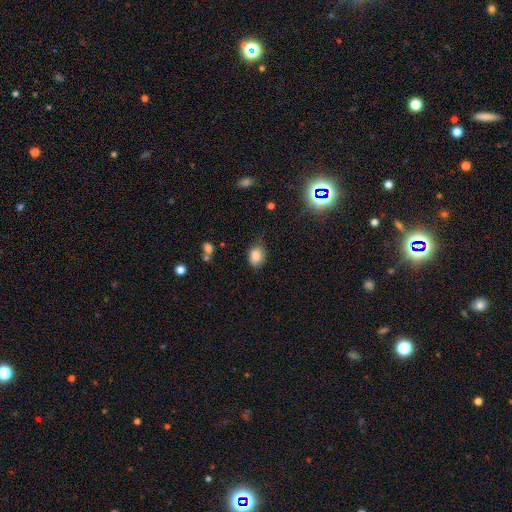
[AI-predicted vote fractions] This is likely a smooth galaxy (80%). How rounded: likely in between (66%). Merging: likely none (65%).